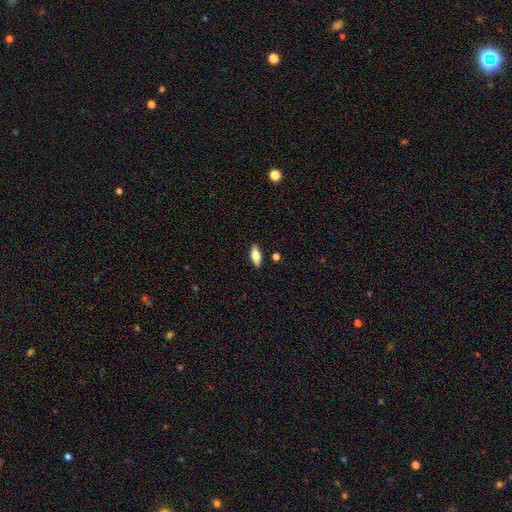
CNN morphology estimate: smooth-or-featured: smooth: 69% | featured or disk: 25% | star or artifact: 7%
  how-rounded: in between: 73% | cigar-shaped: 24% | round: 3%
  merging: none: 88% | minor disturbance: 9% | merger: 2% | major disturbance: 2%